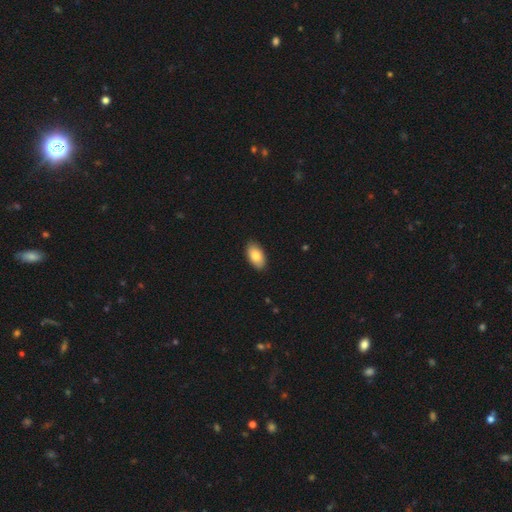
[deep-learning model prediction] smooth 85%, featured or disk 9%, star or artifact 6%. Down the decision tree: how rounded — in between (95%); merging — none (89%).